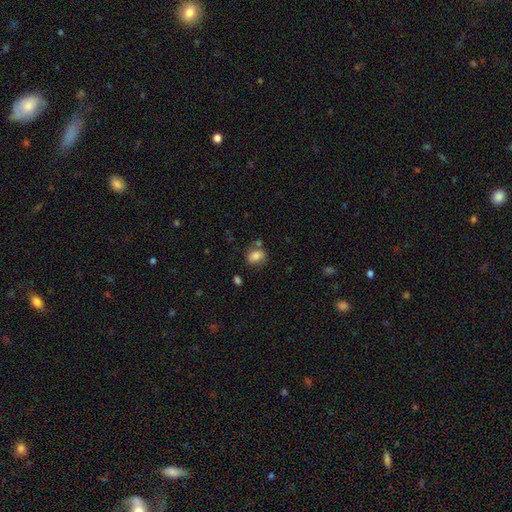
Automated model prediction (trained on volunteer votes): smooth 82%, star or artifact 10%, featured or disk 9%. Down the decision tree: how rounded — in between (63%); merging — none (63%).